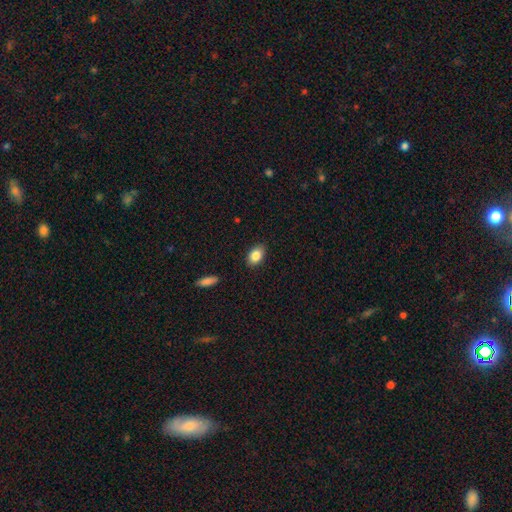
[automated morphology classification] This appears to be a smooth galaxy with no disk features (85%) that is in between round and cigar-shaped (87%). Merging: none (87%).